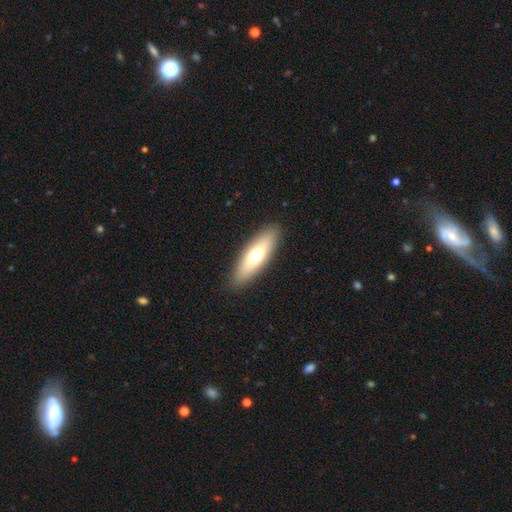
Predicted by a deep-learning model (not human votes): Smooth or featured?
  - smooth: 64% *
  - featured or disk: 30%
  - star or artifact: 6%
How rounded?
  - cigar-shaped: 50% *
  - in between: 48%
  - round: 2%
Merging?
  - none: 89% *
  - minor disturbance: 7%
  - major disturbance: 2%
  - merger: 1%